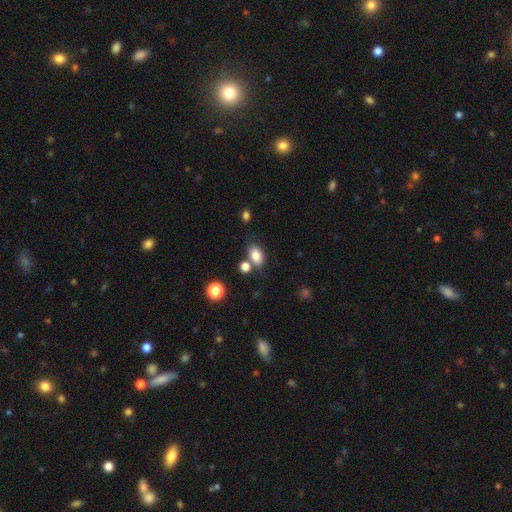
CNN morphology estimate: Smooth or featured? Predicted: smooth (p=0.84). How rounded? Predicted: in between (p=0.85). Merging? Predicted: none (p=0.64).